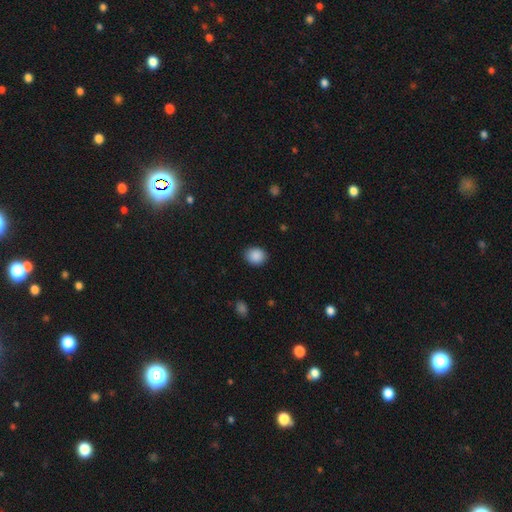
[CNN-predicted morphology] smooth_or_featured: smooth (p=0.89) [alt: star or artifact p=0.08]
how_rounded: round (p=0.66) [alt: in between p=0.33]
merging: none (p=0.88) [alt: minor disturbance p=0.08]